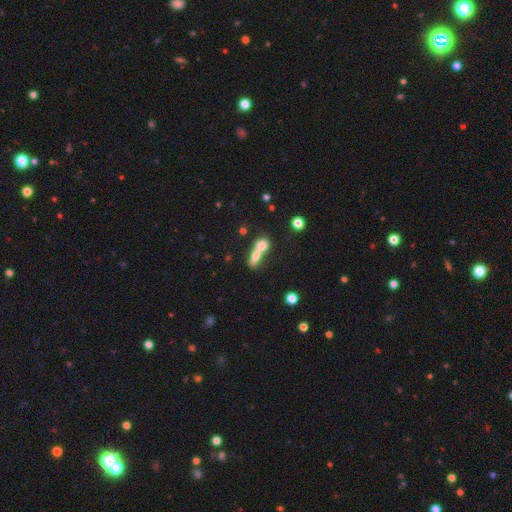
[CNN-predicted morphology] Smooth or featured? Predicted: smooth (p=0.69). How rounded? Predicted: in between (p=0.52). Merging? Predicted: merger (p=0.68).